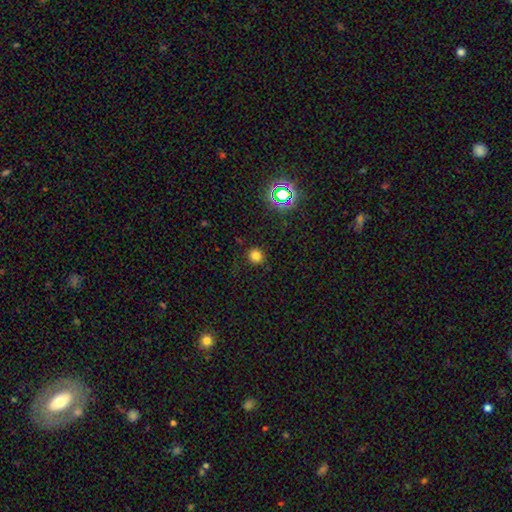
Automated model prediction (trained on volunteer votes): Smooth or featured? smooth (77%)
How rounded? round (92%)
Merging? none (89%)